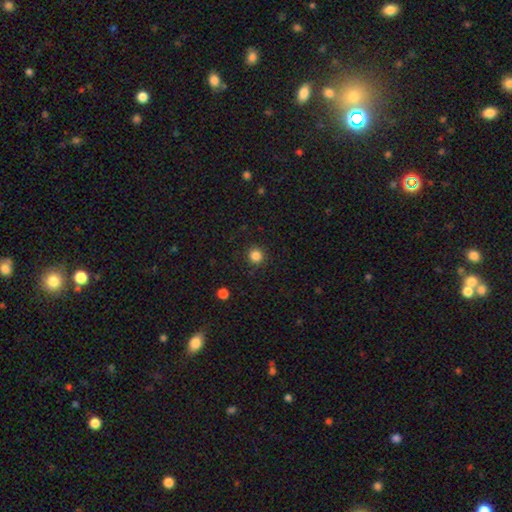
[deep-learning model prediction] Q: Smooth or featured?
A: smooth (85%); runner-up: star or artifact (12%)
Q: How rounded?
A: round (92%); runner-up: in between (7%)
Q: Merging?
A: none (90%); runner-up: minor disturbance (7%)